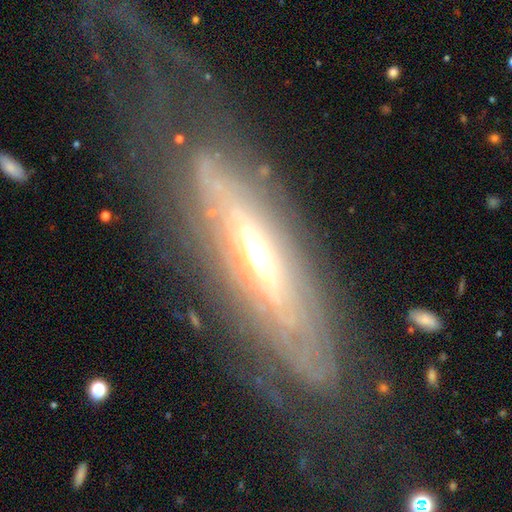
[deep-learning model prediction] Smooth or featured? featured or disk (82%)
Edge-on disk? no (56%)
Merging? none (63%)